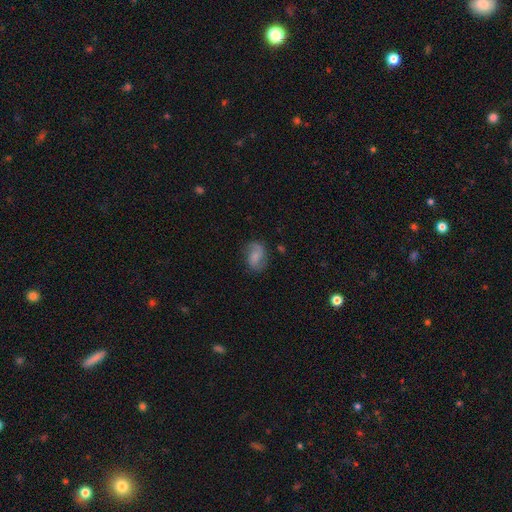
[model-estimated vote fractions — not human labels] smooth-or-featured: smooth: 50% | featured or disk: 41% | star or artifact: 9%
  how-rounded: in between: 74% | round: 24% | cigar-shaped: 2%
  merging: none: 67% | minor disturbance: 22% | major disturbance: 9% | merger: 2%